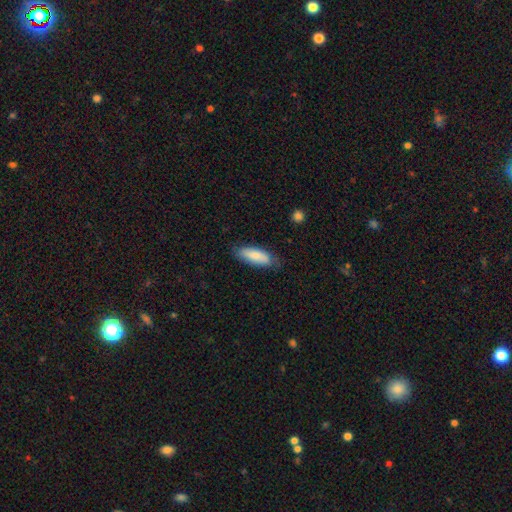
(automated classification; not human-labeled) The model was most divided on "how rounded": in between: 67%, cigar-shaped: 31%, round: 2%. More confident: smooth or featured — smooth (78%); merging — none (74%).